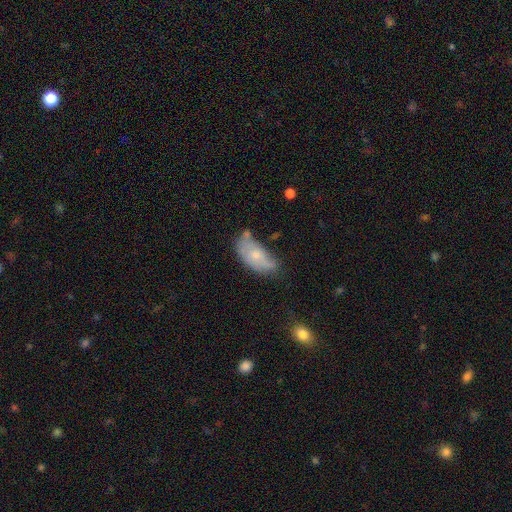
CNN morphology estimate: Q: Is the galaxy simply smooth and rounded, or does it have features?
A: smooth — 56%.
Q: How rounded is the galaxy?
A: in between — 91%.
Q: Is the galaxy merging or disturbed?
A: none — 42%.